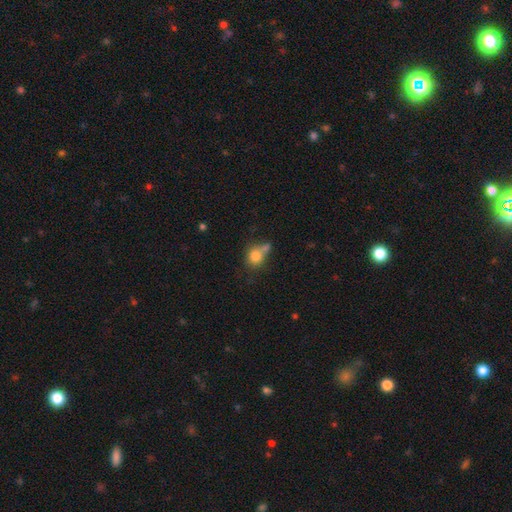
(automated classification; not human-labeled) A smooth galaxy with no disk features (78%) that is round (68%). Merging: none (41%).